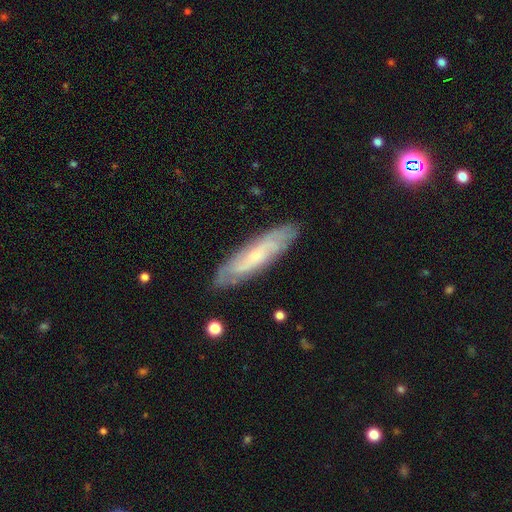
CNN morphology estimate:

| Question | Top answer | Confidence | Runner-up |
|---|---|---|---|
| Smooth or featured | featured or disk | 66% | smooth (27%) |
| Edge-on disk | no | 69% | yes (31%) |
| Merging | none | 83% | minor disturbance (13%) |